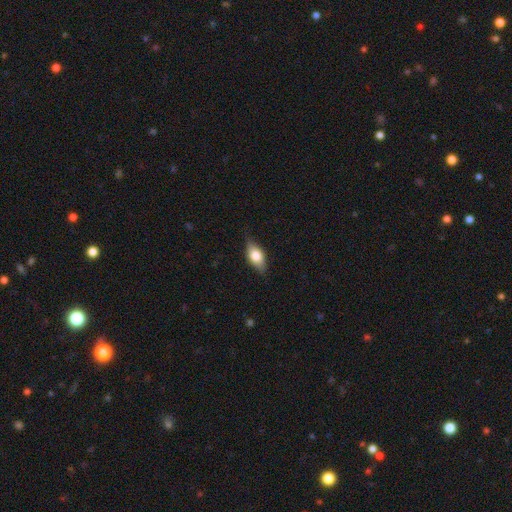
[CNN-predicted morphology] Q: Smooth or featured?
A: smooth (67%); runner-up: featured or disk (27%)
Q: How rounded?
A: in between (84%); runner-up: cigar-shaped (9%)
Q: Merging?
A: none (78%); runner-up: minor disturbance (18%)